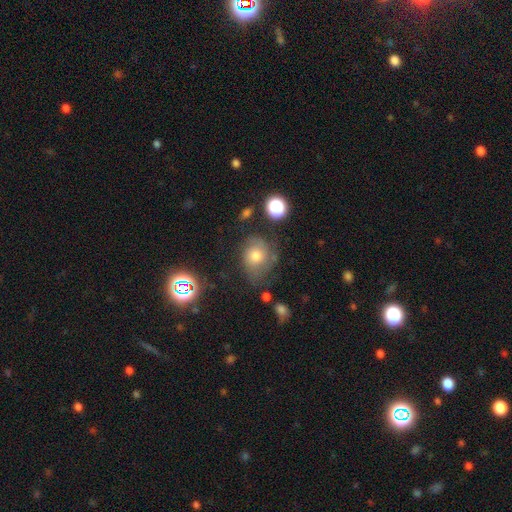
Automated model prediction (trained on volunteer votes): This is possibly a smooth galaxy (48%). Merging: possibly none (55%).